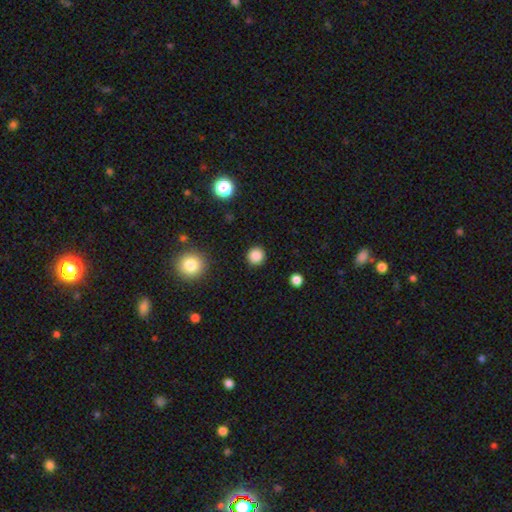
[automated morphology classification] Smooth or featured? smooth (86%)
How rounded? round (93%)
Merging? none (91%)